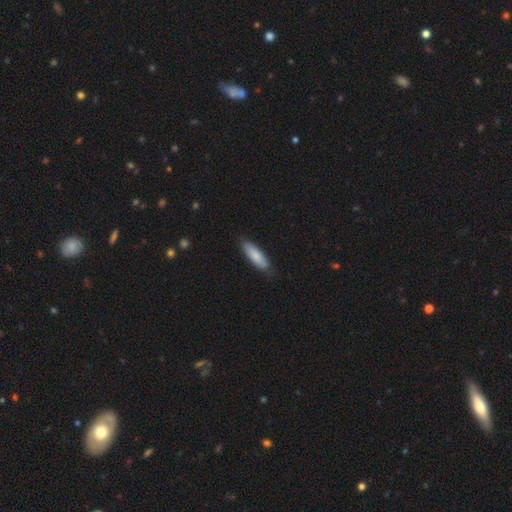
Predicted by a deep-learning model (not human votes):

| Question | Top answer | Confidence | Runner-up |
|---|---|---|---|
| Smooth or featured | smooth | 80% | featured or disk (15%) |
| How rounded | in between | 51% | cigar-shaped (47%) |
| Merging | none | 79% | minor disturbance (17%) |